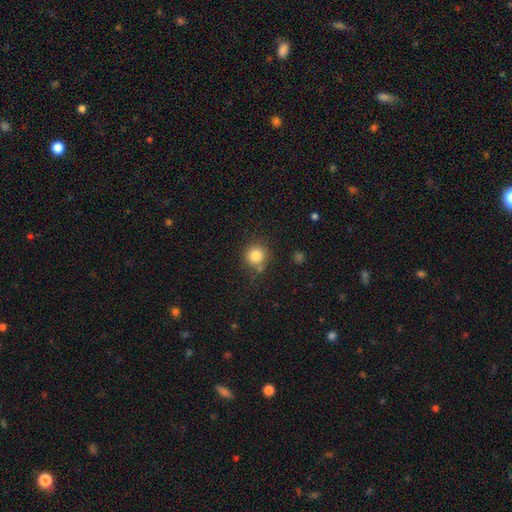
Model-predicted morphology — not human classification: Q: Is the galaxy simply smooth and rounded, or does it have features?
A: smooth — 82%.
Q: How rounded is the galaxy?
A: round — 92%.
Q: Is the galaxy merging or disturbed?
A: none — 78%.